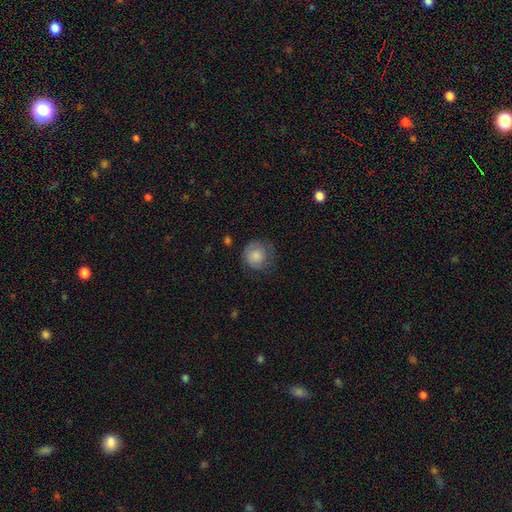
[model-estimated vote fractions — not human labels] Smooth or featured: smooth — 80% (featured or disk — 13%)
How rounded: round — 90% (in between — 9%)
Merging: none — 61% (minor disturbance — 25%)